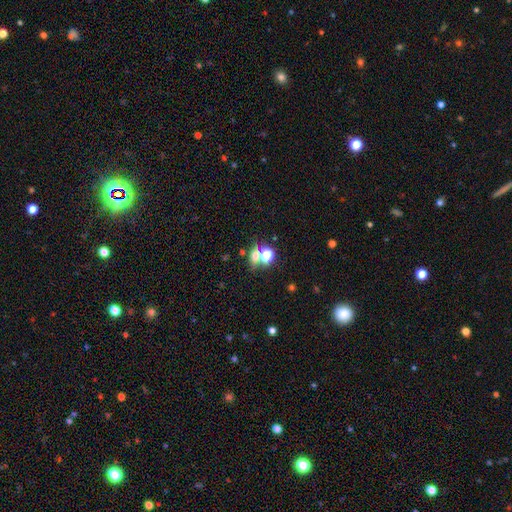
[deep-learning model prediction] A smooth galaxy with no disk features (47%). Merging: none (59%).